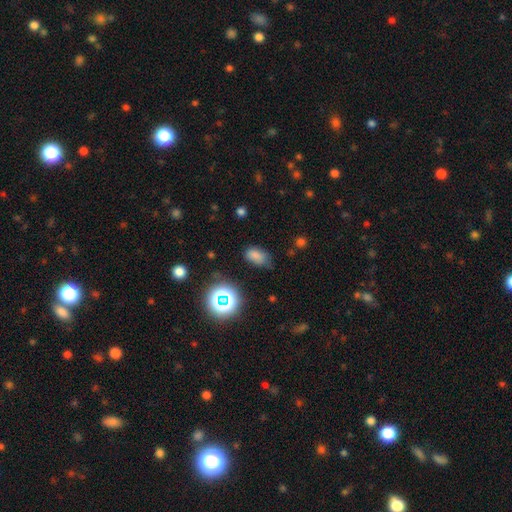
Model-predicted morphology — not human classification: Overall: smooth (74%). How rounded: in between (87%). Merging: none (60%; minor disturbance 29%).